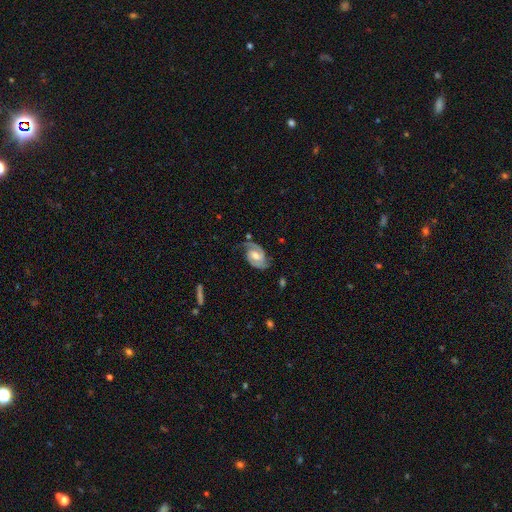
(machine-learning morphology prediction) This is clearly a featured or disk galaxy (86%). It is clearly not viewed edge-on (97%). Bar: possibly weak (50%). Spiral arm pattern: clearly yes (97%). Spiral arm count: clearly 2 (89%). Spiral winding: possibly medium (49%). Central bulge: likely moderate (62%). Merging: likely none (70%).